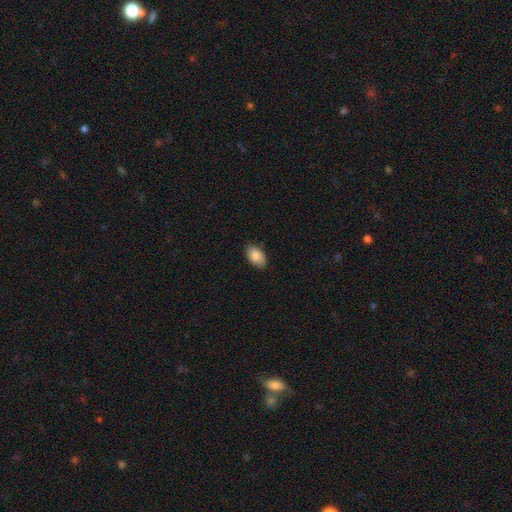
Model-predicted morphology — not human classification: smooth 88%, star or artifact 6%, featured or disk 5%. Down the decision tree: how rounded — in between (94%); merging — none (85%).